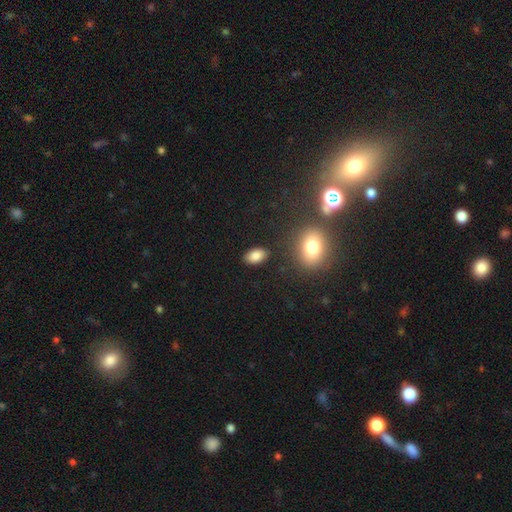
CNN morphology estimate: The model was most divided on "smooth or featured": smooth: 85%, star or artifact: 9%, featured or disk: 6%. More confident: how rounded — in between (91%); merging — none (86%).